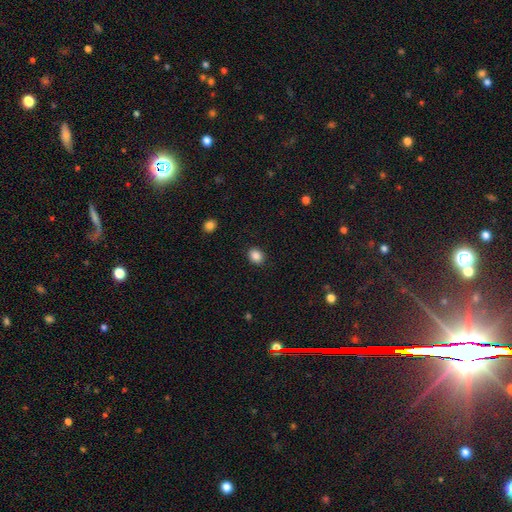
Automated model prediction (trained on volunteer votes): The model was most divided on "how rounded": round: 52%, in between: 47%, cigar-shaped: 1%. More confident: merging — none (89%); smooth or featured — smooth (87%).